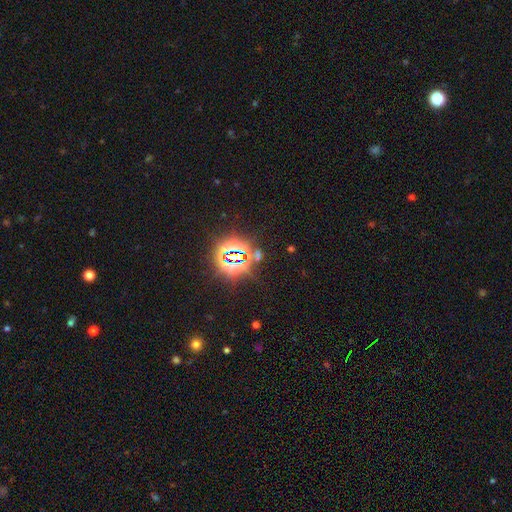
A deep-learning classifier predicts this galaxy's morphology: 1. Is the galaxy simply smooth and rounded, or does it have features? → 82% star or artifact, 11% smooth, 8% featured or disk.